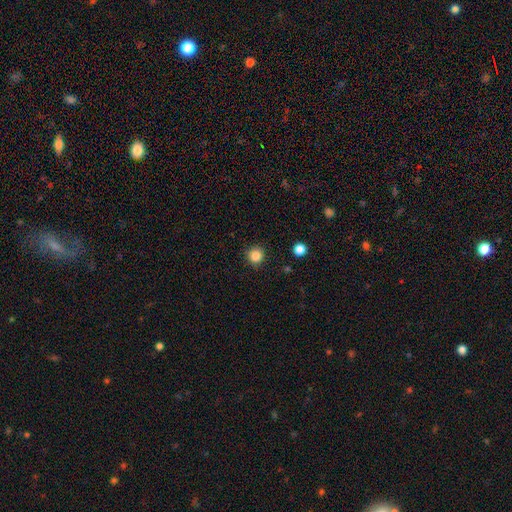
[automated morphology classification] smooth-or-featured: smooth: 84% | star or artifact: 12% | featured or disk: 4%
  how-rounded: round: 94% | in between: 5% | cigar-shaped: 1%
  merging: none: 91% | minor disturbance: 6% | major disturbance: 2% | merger: 1%